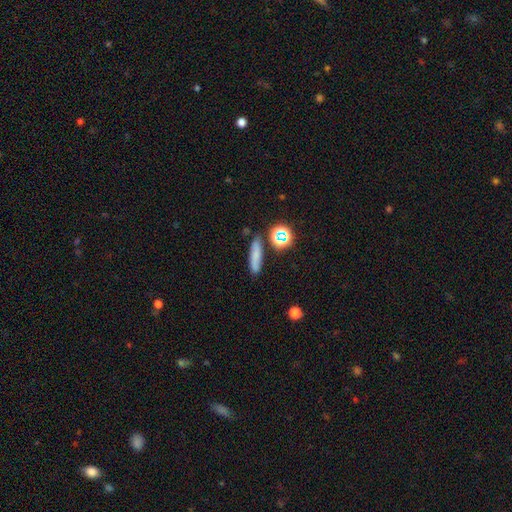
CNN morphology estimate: Smooth or featured?
  - smooth: 71% *
  - star or artifact: 15%
  - featured or disk: 14%
How rounded?
  - cigar-shaped: 72% *
  - in between: 19%
  - round: 9%
Merging?
  - none: 80% *
  - minor disturbance: 12%
  - merger: 5%
  - major disturbance: 3%